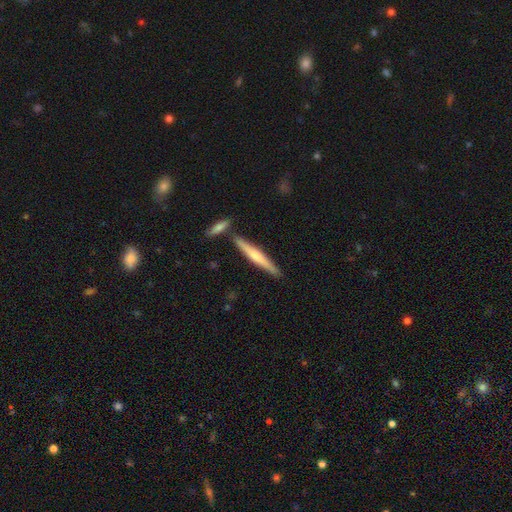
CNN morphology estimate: Overall: smooth (48%; featured or disk 47%). Merging: none (81%).